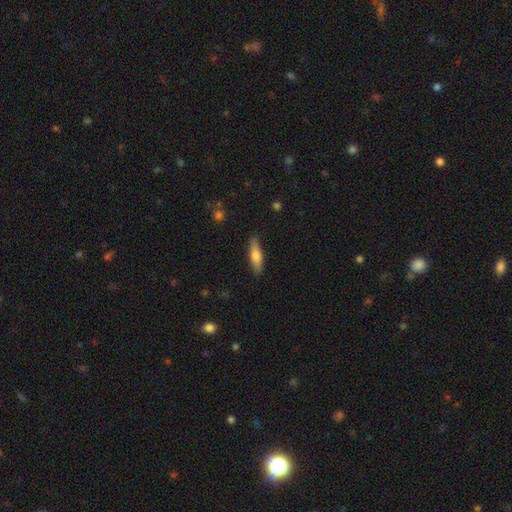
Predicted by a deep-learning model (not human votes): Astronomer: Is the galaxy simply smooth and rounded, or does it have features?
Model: smooth — 62%.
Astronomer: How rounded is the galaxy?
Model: cigar-shaped — 64%.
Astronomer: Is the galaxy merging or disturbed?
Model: none — 87%.